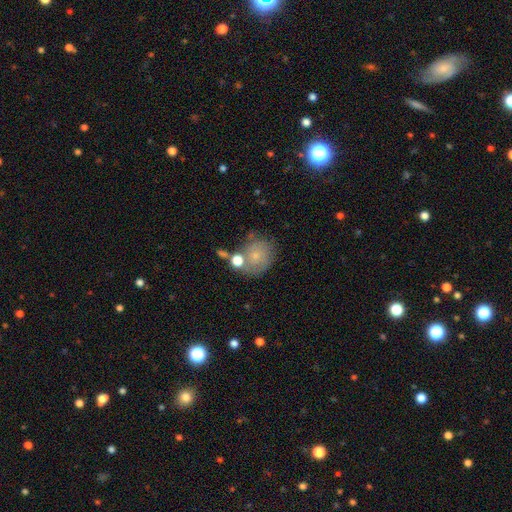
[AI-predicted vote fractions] A smooth galaxy with no disk features (69%) that is round (77%). Merging: none (55%).